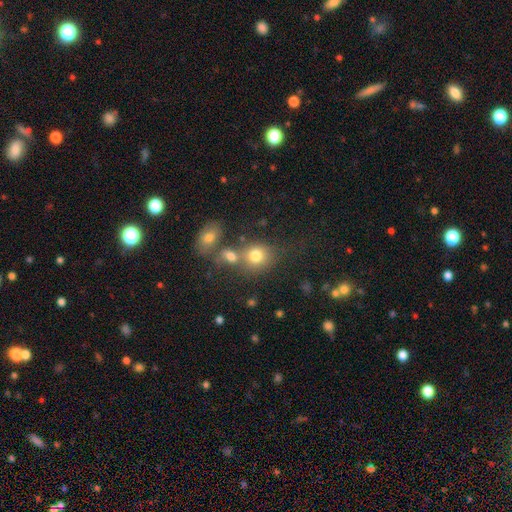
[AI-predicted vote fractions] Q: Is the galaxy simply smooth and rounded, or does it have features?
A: smooth — 76%.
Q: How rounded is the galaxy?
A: round — 68%.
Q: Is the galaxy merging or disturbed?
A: none — 49%.